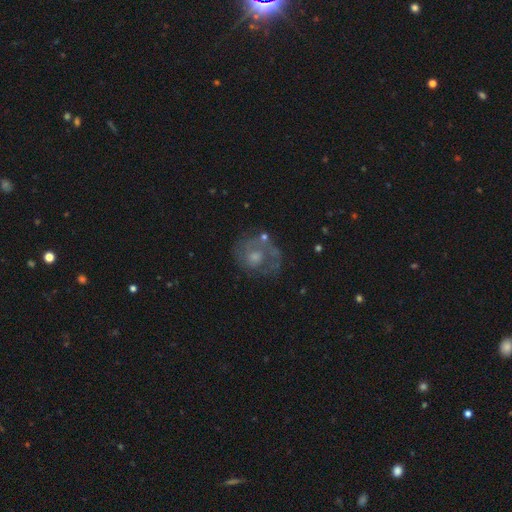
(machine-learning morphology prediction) smooth-or-featured: featured or disk: 60% | smooth: 30% | star or artifact: 10%
  disk-edge-on: no: 97% | yes: 3%
    bar: no: 82% | weak: 15% | strong: 3%
    has-spiral-arms: yes: 50% (tied) | no: 50% (tied)
    bulge-size: moderate: 54% | small: 25% | large: 10% | none: 9% | dominant: 2%
  merging: none: 57% | minor disturbance: 20% | major disturbance: 18% | merger: 5%